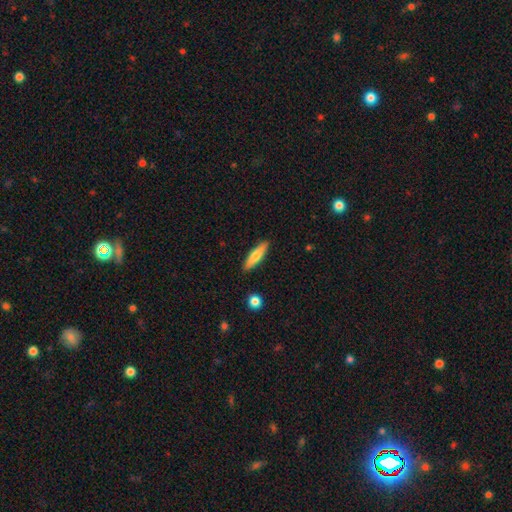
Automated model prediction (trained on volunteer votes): Smooth or featured? Predicted: smooth (p=0.70). How rounded? Predicted: cigar-shaped (p=0.76). Merging? Predicted: none (p=0.89).